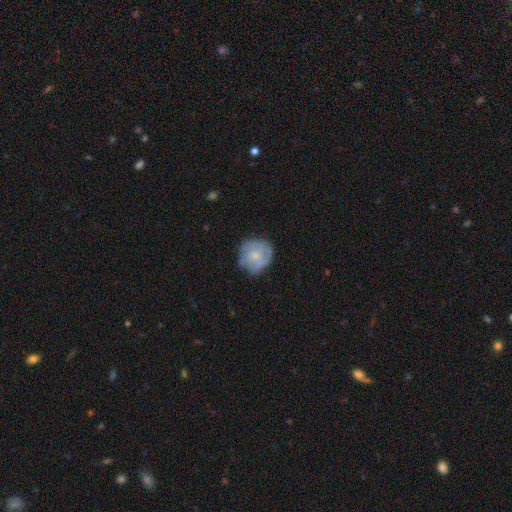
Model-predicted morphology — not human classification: This is possibly a smooth galaxy (48%). Merging: likely none (67%).